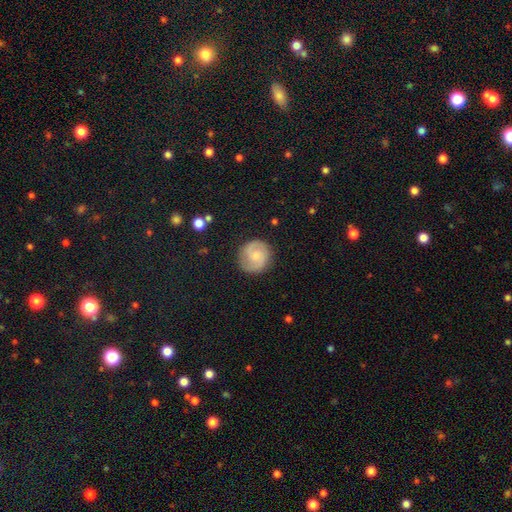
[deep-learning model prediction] Smooth or featured? featured or disk (70%)
Edge-on disk? no (98%)
Bar? no (55%)
Spiral arms? yes (94%)
Spiral winding? medium (47%)
Spiral arm count? 2 (89%)
Bulge size? small (53%)
Merging? none (86%)